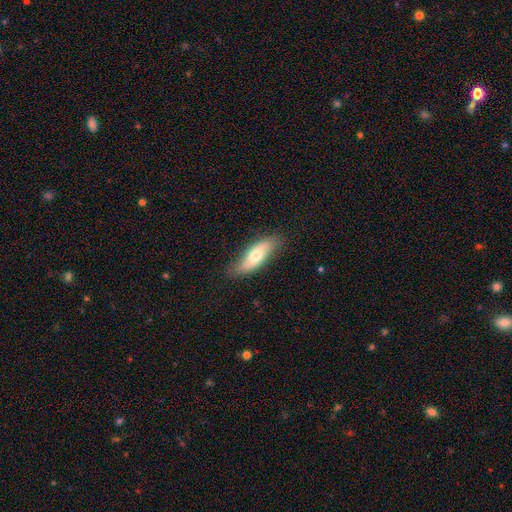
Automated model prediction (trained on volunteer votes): A smooth galaxy with no disk features (59%) that is in between round and cigar-shaped (62%). Merging: none (78%).